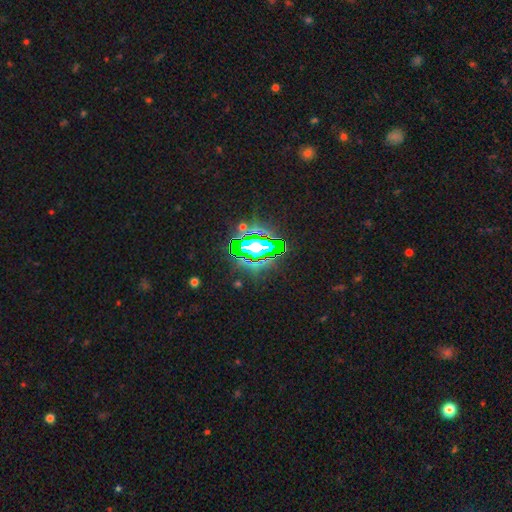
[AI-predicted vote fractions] smooth_or_featured: star or artifact (p=0.75) [alt: smooth p=0.14]